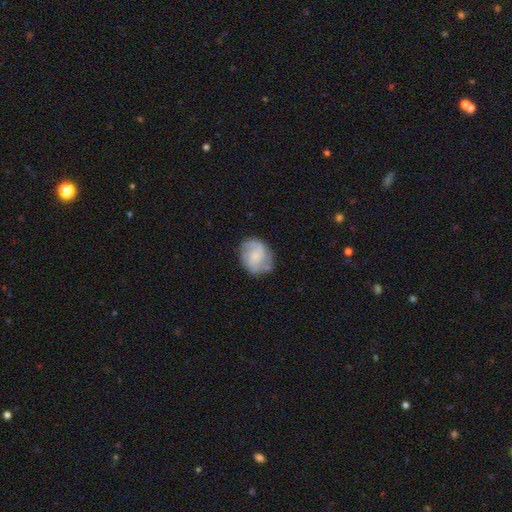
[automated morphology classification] Q: Smooth or featured?
A: featured or disk (67%); runner-up: smooth (26%)
Q: Edge-on disk?
A: no (98%); runner-up: yes (2%)
Q: Bar?
A: no (62%); runner-up: weak (33%)
Q: Spiral arms?
A: yes (91%); runner-up: no (9%)
Q: Spiral winding?
A: medium (47%); runner-up: tight (35%)
Q: Spiral arm count?
A: 2 (60%); runner-up: can't tell (15%)
Q: Bulge size?
A: small (43%); runner-up: none (30%)
Q: Merging?
A: none (71%); runner-up: minor disturbance (20%)